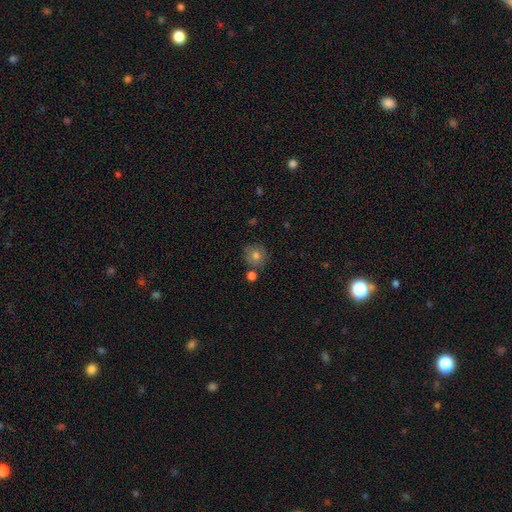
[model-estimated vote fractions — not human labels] Morphology: type=smooth (74%); roundness=round (88%); merging=none (74%).